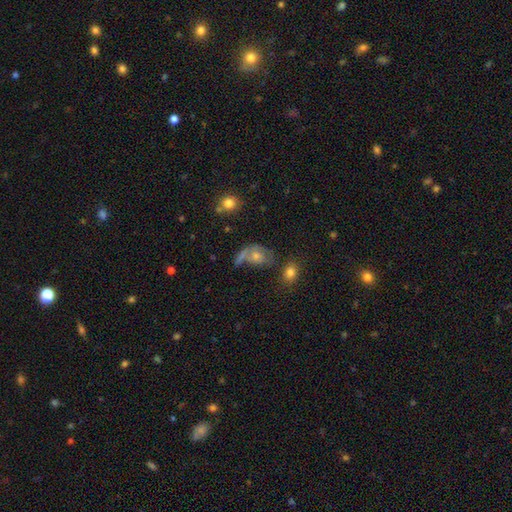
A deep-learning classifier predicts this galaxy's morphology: A featured or disk galaxy (41%, tied with smooth). Merging: none (36%).